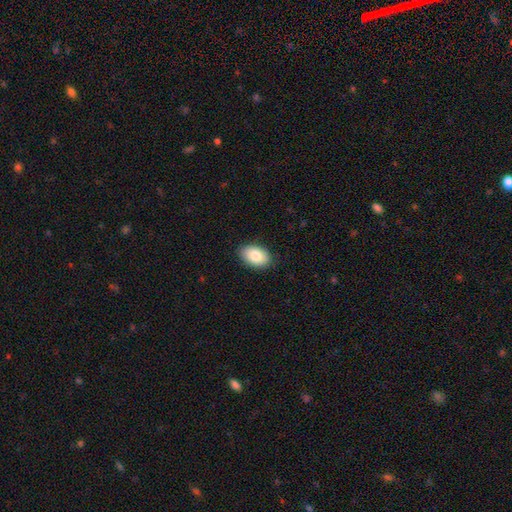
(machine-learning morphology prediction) The model was most divided on "smooth or featured": smooth: 84%, featured or disk: 9%, star or artifact: 7%. More confident: how rounded — in between (90%); merging — none (88%).